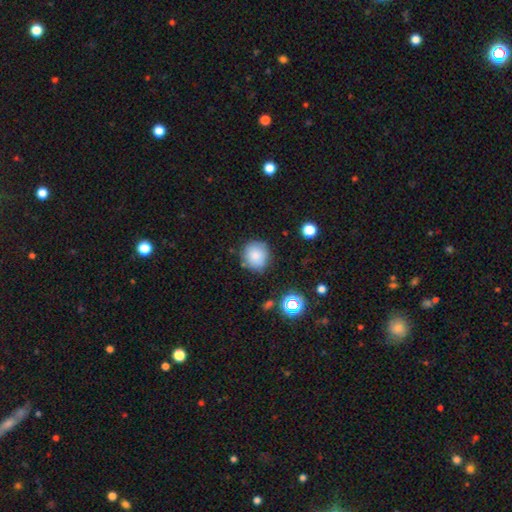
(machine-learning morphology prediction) Smooth or featured: smooth — 81% (star or artifact — 11%)
How rounded: round — 90% (in between — 9%)
Merging: none — 78% (minor disturbance — 15%)